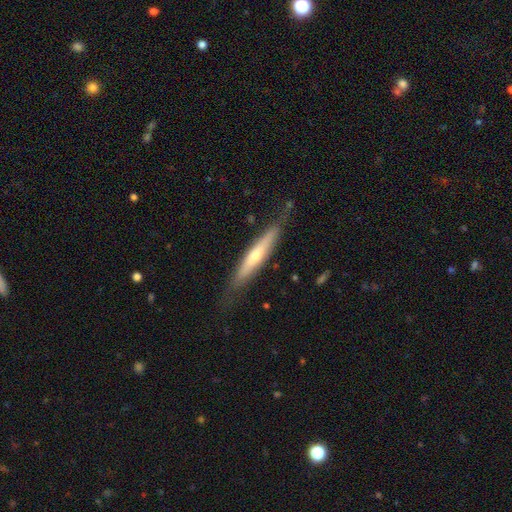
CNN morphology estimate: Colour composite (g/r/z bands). It shows a featured or disk galaxy (55%) viewed edge-on (86%). Merging: none (79%).